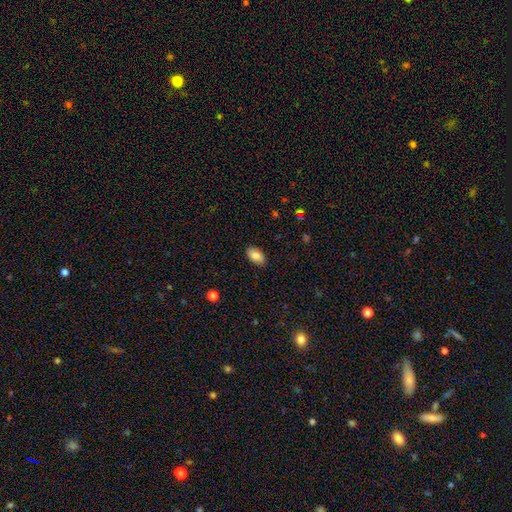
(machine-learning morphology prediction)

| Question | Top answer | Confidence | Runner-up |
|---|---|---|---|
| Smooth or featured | smooth | 84% | featured or disk (9%) |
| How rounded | in between | 94% | round (4%) |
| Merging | none | 88% | minor disturbance (9%) |